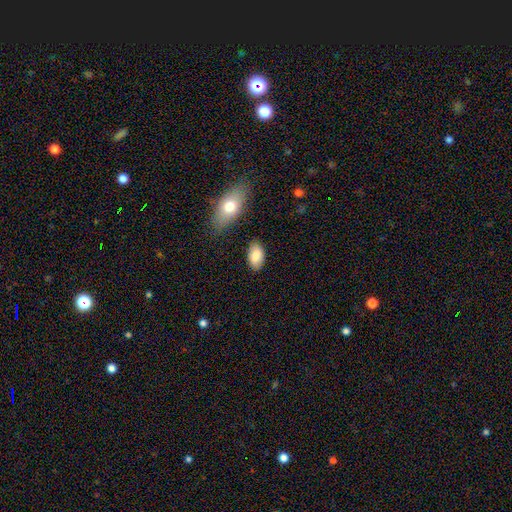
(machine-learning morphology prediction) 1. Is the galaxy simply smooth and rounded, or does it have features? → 83% smooth, 11% featured or disk, 7% star or artifact.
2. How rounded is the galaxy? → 94% in between, 4% round, 2% cigar-shaped.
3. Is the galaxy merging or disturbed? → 81% none, 13% minor disturbance, 3% merger, 3% major disturbance.